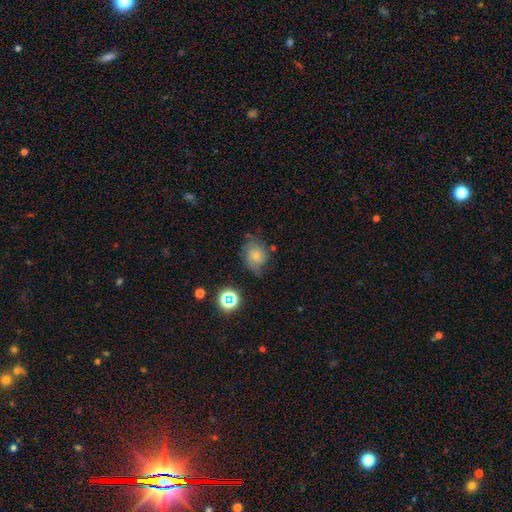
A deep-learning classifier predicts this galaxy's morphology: Overall: smooth (61%; featured or disk 24%). How rounded: round (50%; in between 49%). Merging: none (54%; minor disturbance 30%).